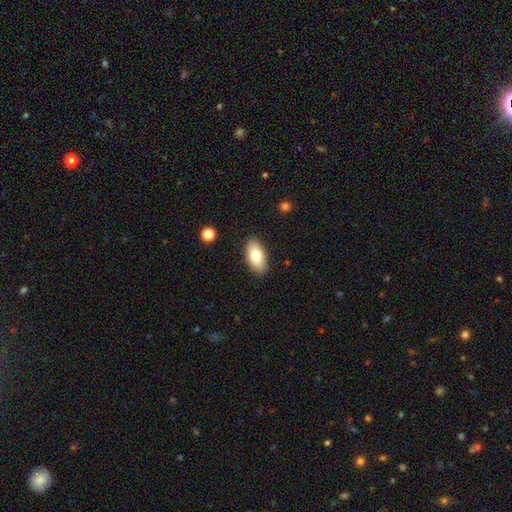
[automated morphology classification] Q: Smooth or featured?
A: smooth (78%); runner-up: featured or disk (15%)
Q: How rounded?
A: in between (93%); runner-up: round (3%)
Q: Merging?
A: none (88%); runner-up: minor disturbance (9%)